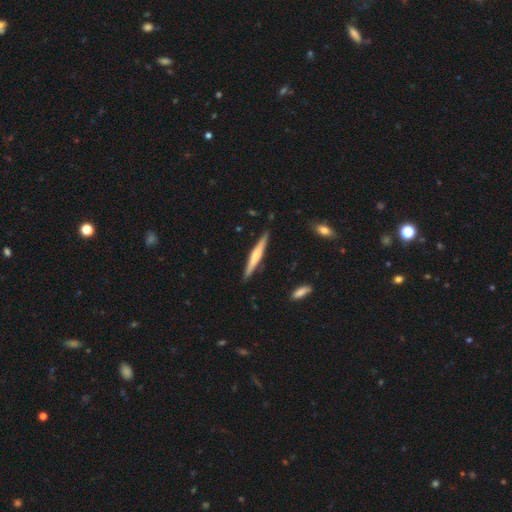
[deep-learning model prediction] smooth_or_featured: featured or disk (p=0.54) [alt: smooth p=0.40]
disk_edge_on: yes (p=0.97) [alt: no p=0.03]
edge_on_bulge: rounded (p=0.61) [alt: none p=0.23]
merging: none (p=0.89) [alt: minor disturbance p=0.08]